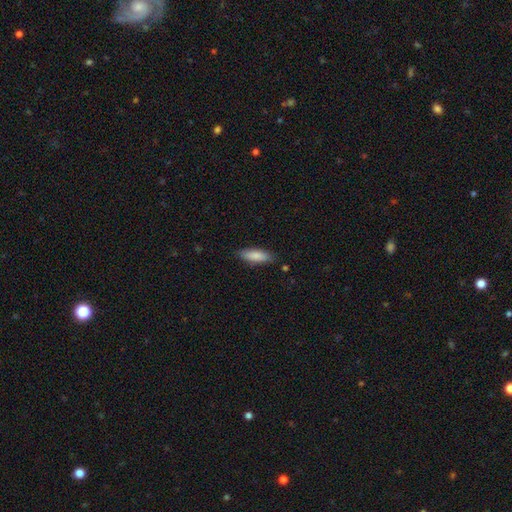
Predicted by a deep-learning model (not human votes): This is clearly a smooth galaxy (85%). How rounded: possibly in between (55%). Merging: clearly none (84%).